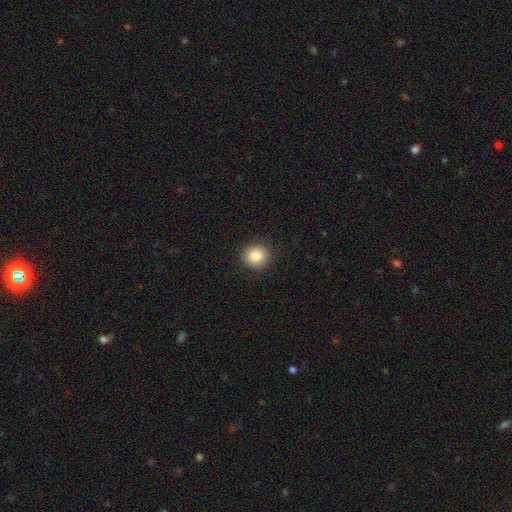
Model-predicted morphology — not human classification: smooth-or-featured: smooth: 83% | star or artifact: 10% | featured or disk: 8%
  how-rounded: round: 90% | in between: 9% | cigar-shaped: 1%
  merging: none: 90% | minor disturbance: 7% | major disturbance: 2% | merger: 1%